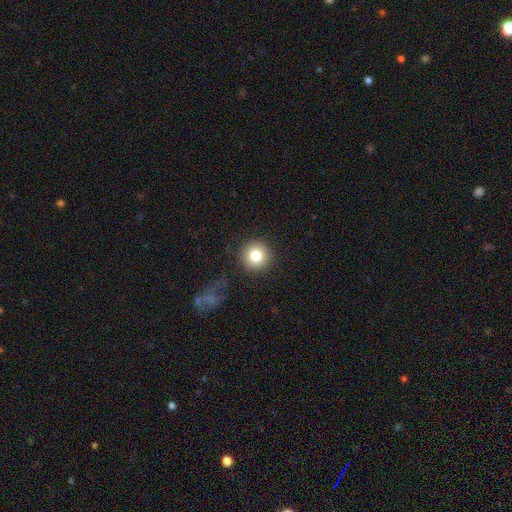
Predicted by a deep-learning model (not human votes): Smooth or featured? Predicted: smooth (p=0.82). How rounded? Predicted: round (p=0.94). Merging? Predicted: none (p=0.88).